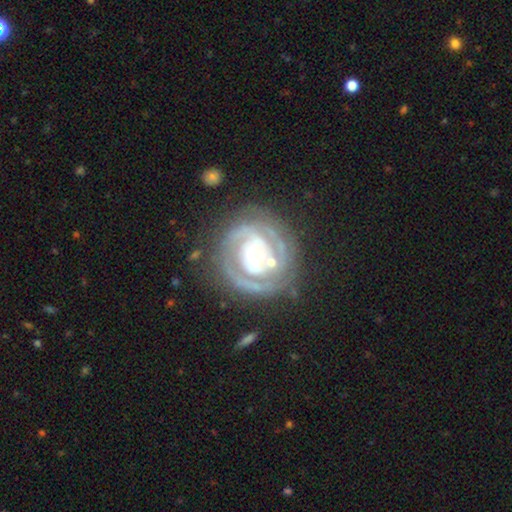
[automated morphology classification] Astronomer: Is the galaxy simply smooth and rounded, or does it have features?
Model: featured or disk — 84%.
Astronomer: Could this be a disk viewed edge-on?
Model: no — 97%.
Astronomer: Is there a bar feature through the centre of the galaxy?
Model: no — 72%.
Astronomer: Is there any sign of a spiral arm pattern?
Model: yes — 86%.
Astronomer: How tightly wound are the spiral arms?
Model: tight — 75%.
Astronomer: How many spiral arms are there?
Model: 2 — 40% (runner-up: can't tell, 22%).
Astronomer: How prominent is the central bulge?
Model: moderate — 64%.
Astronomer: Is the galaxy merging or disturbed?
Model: none — 70%.